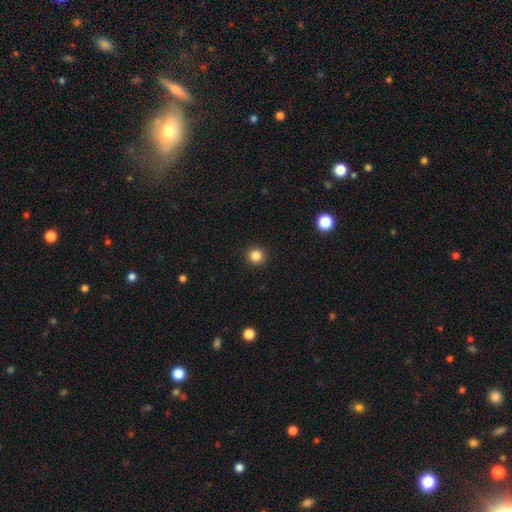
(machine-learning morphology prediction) A smooth galaxy with no disk features (84%) that is round (94%).

Vote fractions:
- Smooth or featured? smooth: 84% / star or artifact: 12% / featured or disk: 4%
- How rounded? round: 94% / in between: 5% / cigar-shaped: 1%
- Merging? none: 93% / minor disturbance: 5% / major disturbance: 2% / merger: 1%